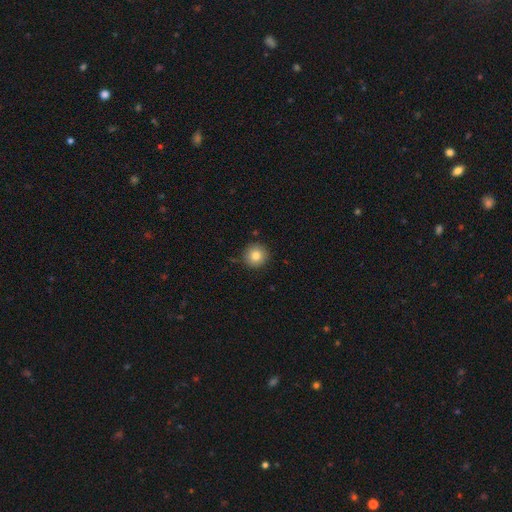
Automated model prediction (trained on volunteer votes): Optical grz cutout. It shows a smooth galaxy with no disk features (82%) that is round (94%). Merging: none (88%).